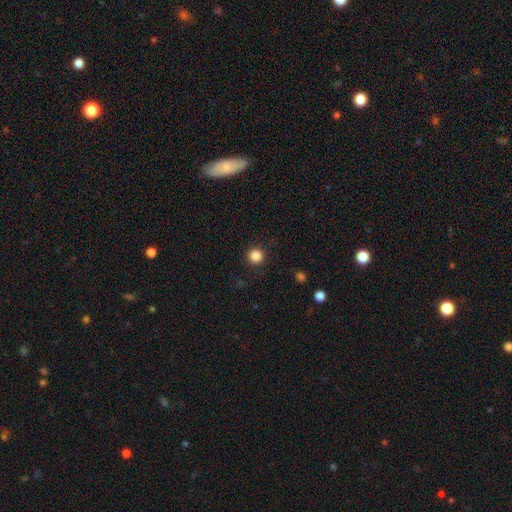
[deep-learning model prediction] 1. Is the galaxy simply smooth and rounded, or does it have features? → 86% smooth, 11% star or artifact, 3% featured or disk.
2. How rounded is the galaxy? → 96% round, 3% in between, 1% cigar-shaped.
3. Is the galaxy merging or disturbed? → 92% none, 5% minor disturbance, 2% major disturbance, 1% merger.